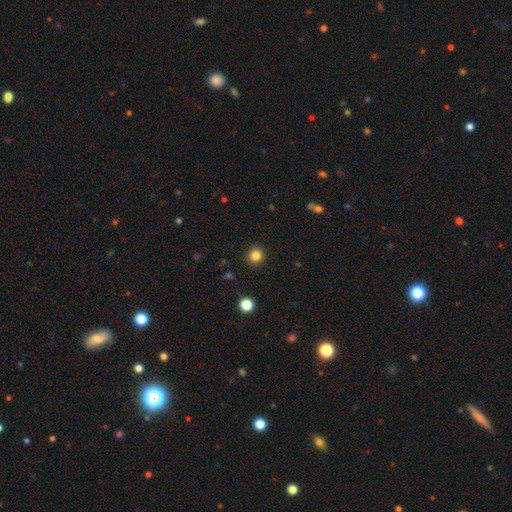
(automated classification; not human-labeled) smooth_or_featured: smooth (p=0.83) [alt: star or artifact p=0.13]
how_rounded: round (p=0.95) [alt: in between p=0.05]
merging: none (p=0.92) [alt: minor disturbance p=0.05]